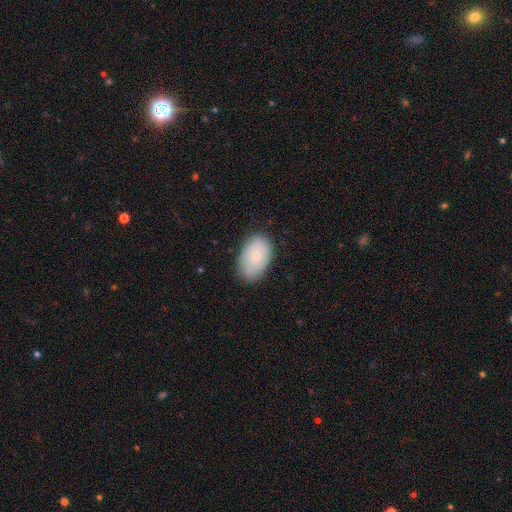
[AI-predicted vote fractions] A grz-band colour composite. It shows a smooth galaxy with no disk features (75%) that is in between round and cigar-shaped (91%). Merging: none (78%).